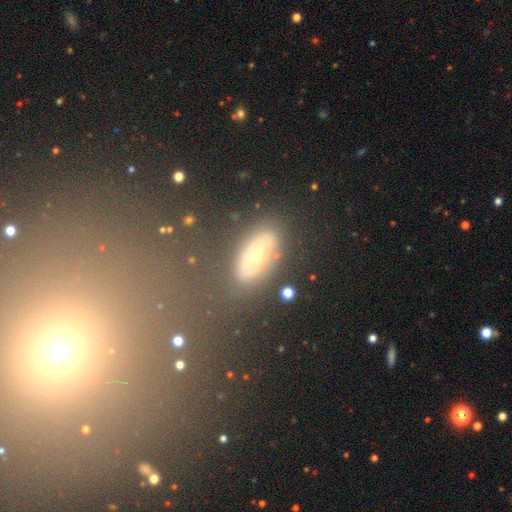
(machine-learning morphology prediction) smooth-or-featured: featured or disk: 53% | smooth: 31% | star or artifact: 17%
  disk-edge-on: no: 84% | yes: 16%
  merging: none: 78% | minor disturbance: 13% | major disturbance: 6% | merger: 2%